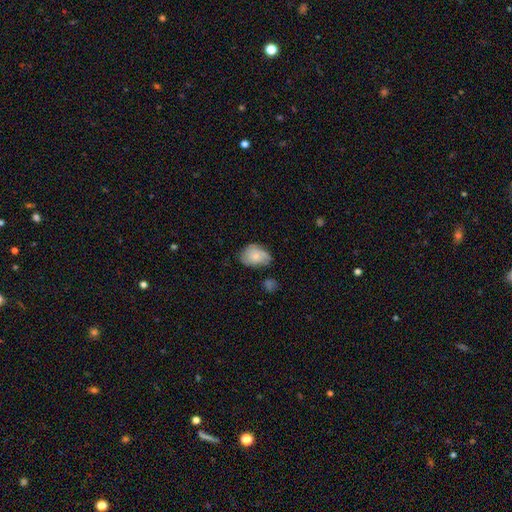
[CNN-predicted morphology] This is likely a smooth galaxy (75%). How rounded: likely in between (76%). Merging: possibly none (55%).